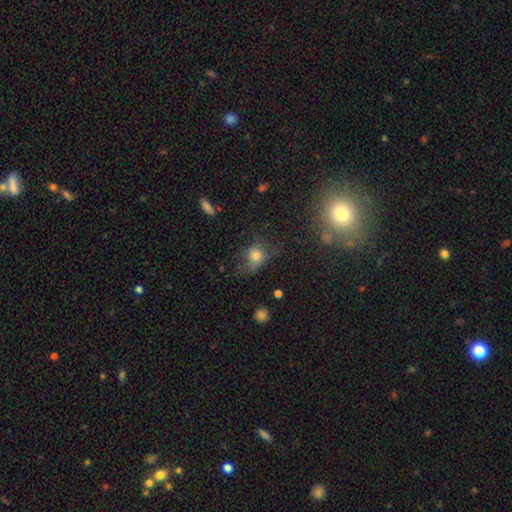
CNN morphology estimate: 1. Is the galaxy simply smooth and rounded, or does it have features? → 68% smooth, 16% star or artifact, 16% featured or disk.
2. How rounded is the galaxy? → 51% round, 46% in between, 3% cigar-shaped.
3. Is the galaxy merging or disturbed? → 43% none, 27% minor disturbance, 27% major disturbance, 3% merger.